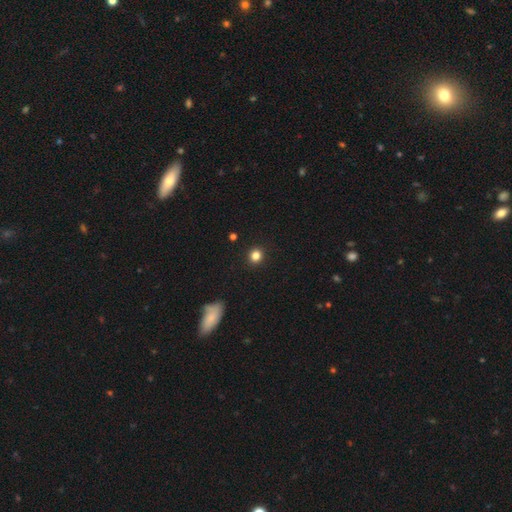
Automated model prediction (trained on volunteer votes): smooth-or-featured: smooth: 83% | star or artifact: 13% | featured or disk: 4%
  how-rounded: round: 89% | in between: 10% | cigar-shaped: 1%
  merging: none: 92% | minor disturbance: 5% | major disturbance: 2% | merger: 1%